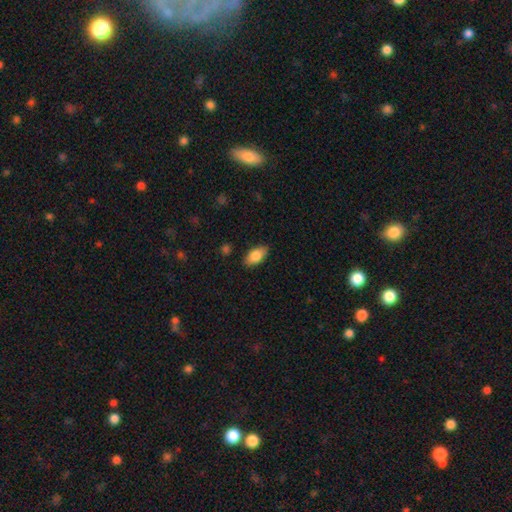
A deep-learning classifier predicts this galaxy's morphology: Smooth or featured?
  - smooth: 83% *
  - featured or disk: 11%
  - star or artifact: 7%
How rounded?
  - in between: 92% *
  - cigar-shaped: 5%
  - round: 3%
Merging?
  - none: 87% *
  - minor disturbance: 10%
  - major disturbance: 2%
  - merger: 1%